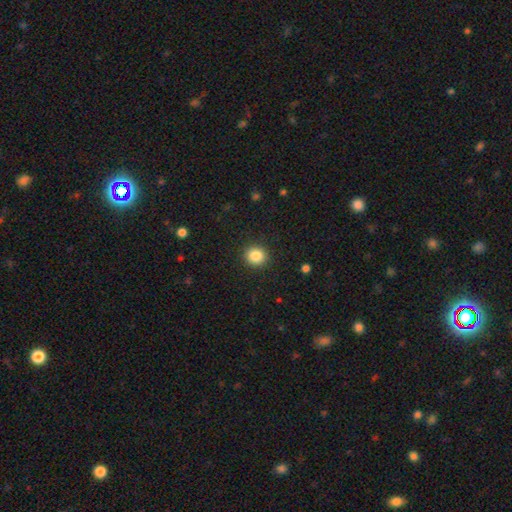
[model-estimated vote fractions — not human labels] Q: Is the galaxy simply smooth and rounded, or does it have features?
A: smooth — 85%.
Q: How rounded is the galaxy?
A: round — 89%.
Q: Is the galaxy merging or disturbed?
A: none — 91%.